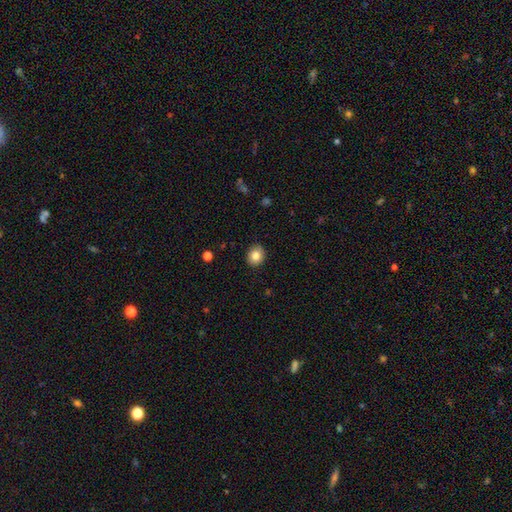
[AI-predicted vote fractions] This is clearly a smooth galaxy (81%). How rounded: likely round (67%). Merging: clearly none (89%).